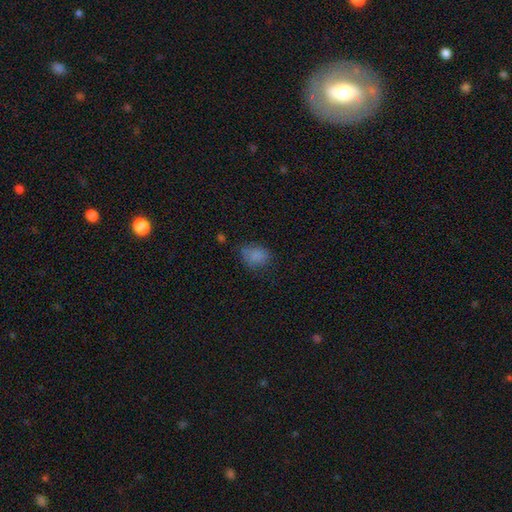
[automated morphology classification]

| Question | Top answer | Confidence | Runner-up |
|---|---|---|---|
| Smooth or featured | smooth | 78% | star or artifact (13%) |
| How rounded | in between | 58% | round (41%) |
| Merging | none | 61% | minor disturbance (26%) |